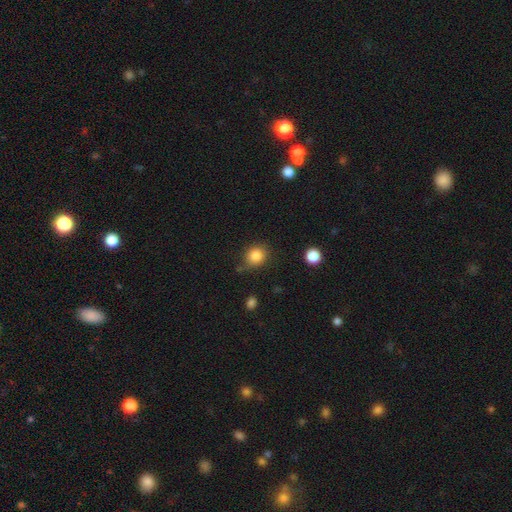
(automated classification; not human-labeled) smooth 84%, star or artifact 10%, featured or disk 5%. Down the decision tree: how rounded — round (78%); merging — none (73%).